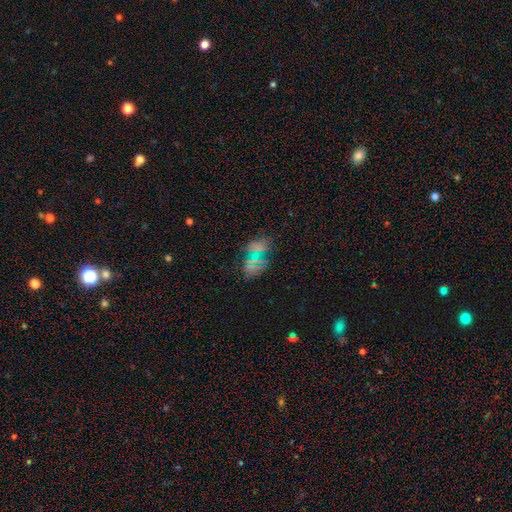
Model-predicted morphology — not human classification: The model was most divided on "smooth or featured": star or artifact: 43%, smooth: 41%, featured or disk: 16%.